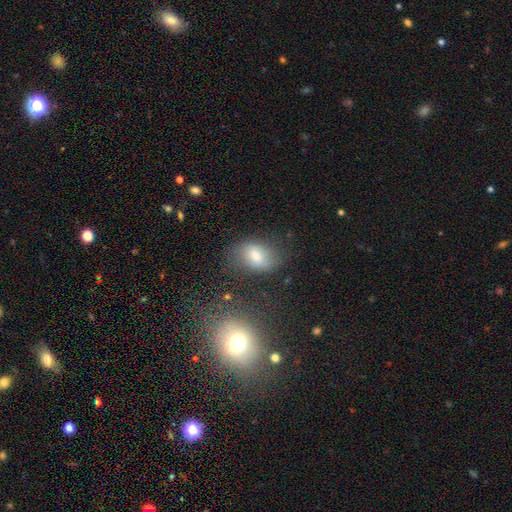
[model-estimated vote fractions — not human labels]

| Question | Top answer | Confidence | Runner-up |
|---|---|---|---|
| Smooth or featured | smooth | 71% | featured or disk (17%) |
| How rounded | in between | 84% | round (14%) |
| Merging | none | 66% | minor disturbance (21%) |